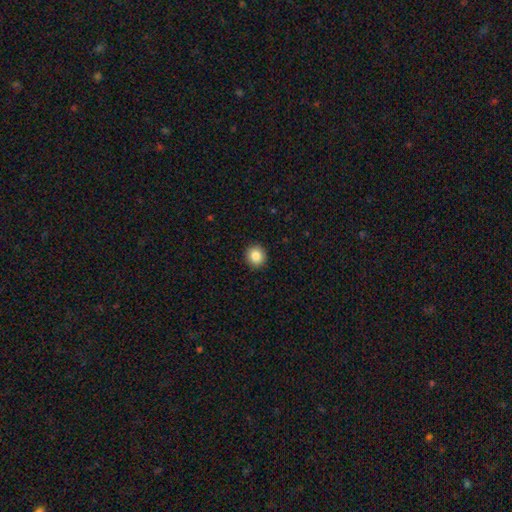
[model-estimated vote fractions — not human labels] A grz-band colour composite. It shows a smooth galaxy with no disk features (87%) that is round (87%). Merging: none (92%).